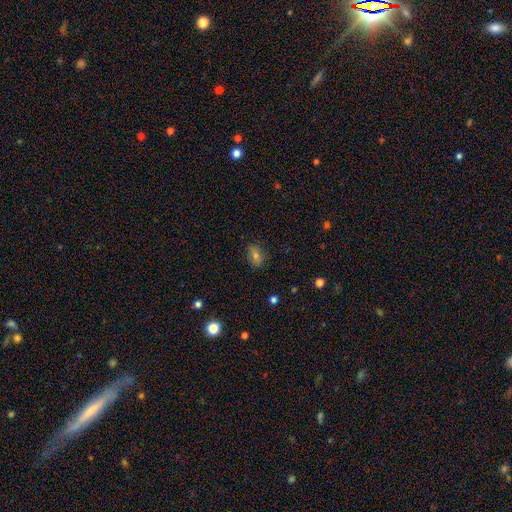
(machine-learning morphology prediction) Smooth or featured: smooth — 64% (featured or disk — 18%)
How rounded: in between — 71% (round — 27%)
Merging: none — 83% (minor disturbance — 12%)